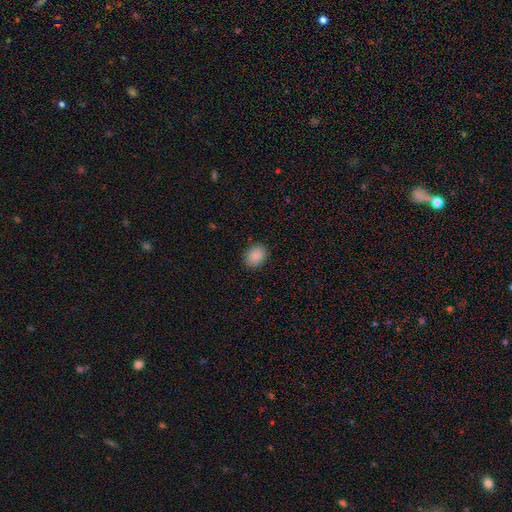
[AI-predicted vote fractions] smooth-or-featured: smooth: 89% | star or artifact: 8% | featured or disk: 3%
  how-rounded: in between: 52% | round: 47% | cigar-shaped: 1%
  merging: none: 89% | minor disturbance: 8% | major disturbance: 2% | merger: 1%